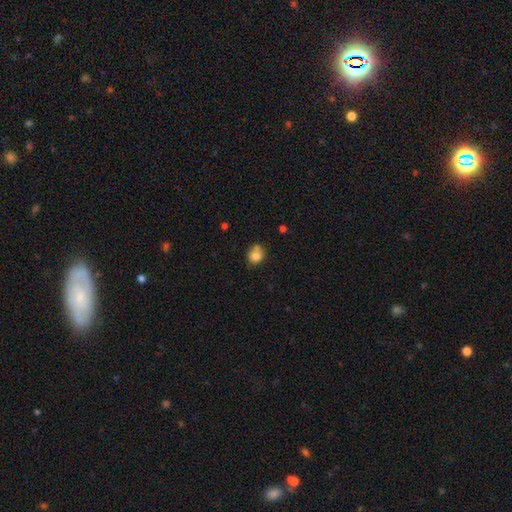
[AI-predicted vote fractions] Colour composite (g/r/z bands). It shows a smooth galaxy with no disk features (80%) that is round (69%). Merging: none (53%).